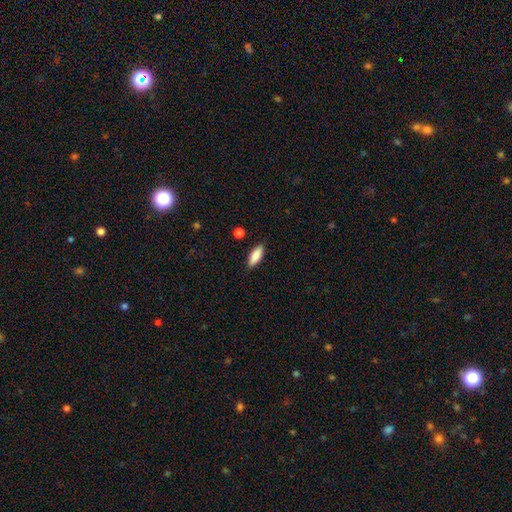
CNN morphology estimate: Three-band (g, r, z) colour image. It shows a smooth galaxy with no disk features (86%) that is in between round and cigar-shaped (66%). Merging: none (87%).